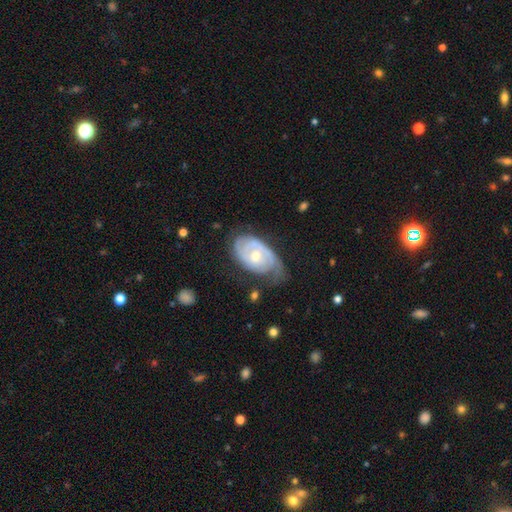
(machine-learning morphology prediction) A featured or disk galaxy (81%) with no bar (68%), 2 (43%) tight (68%) spiral arms (91%) and a moderate central bulge (62%).

Vote fractions:
- Smooth or featured? featured or disk: 81% / smooth: 14% / star or artifact: 5%
- Edge-on disk? no: 95% / yes: 5%
- Bar? no: 68% / weak: 26% / strong: 6%
- Spiral arms? yes: 91% / no: 9%
- Spiral winding? tight: 68% / medium: 24% / loose: 8%
- Spiral arm count? 2: 43% / can't tell: 30% / 1: 11% / 3: 11% / 4: 3% / more than 4: 3%
- Bulge size? moderate: 62% / small: 35% / large: 2% / none: 1% / dominant: 1%
- Merging? none: 54% / minor disturbance: 29% / major disturbance: 15% / merger: 2%